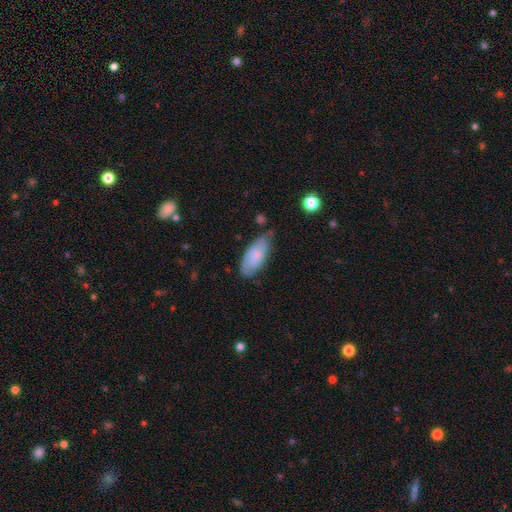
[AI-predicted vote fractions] Smooth or featured: smooth — 67% (featured or disk — 27%)
How rounded: in between — 84% (cigar-shaped — 14%)
Merging: none — 55% (minor disturbance — 34%)